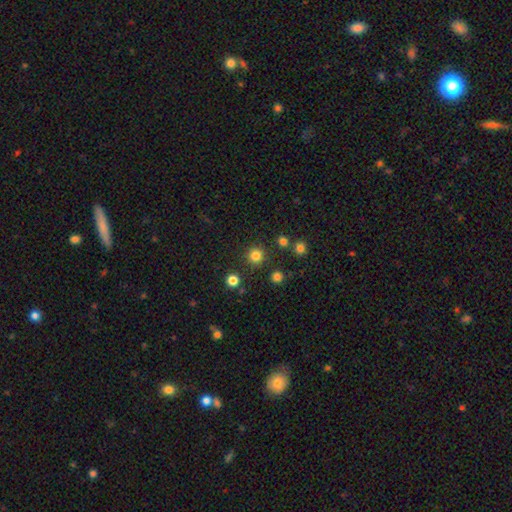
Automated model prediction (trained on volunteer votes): The model was most divided on "smooth or featured": smooth: 81%, star or artifact: 15%, featured or disk: 4%. More confident: how rounded — round (95%); merging — none (89%).